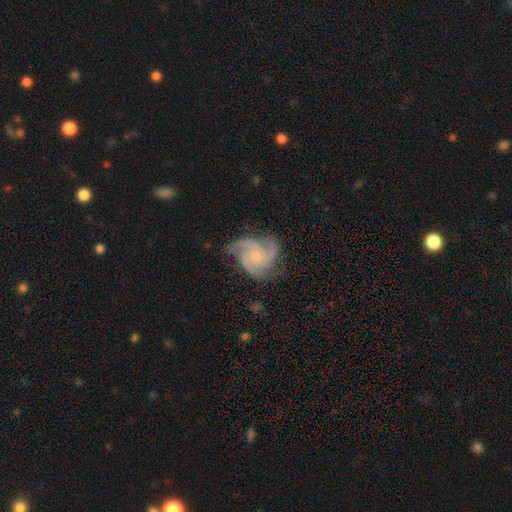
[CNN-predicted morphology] smooth-or-featured: featured or disk: 87% | smooth: 8% | star or artifact: 6%
  disk-edge-on: no: 98% | yes: 2%
    bar: no: 79% | weak: 18% | strong: 3%
    has-spiral-arms: yes: 98% | no: 2%
      spiral-winding: medium: 50% | tight: 38% | loose: 11%
      spiral-arm-count: 3: 67% | 4: 14% | 2: 7% | can't tell: 5% | 1: 3% | more than 4: 3%
    bulge-size: small: 68% | moderate: 28% | none: 2% | large: 1% | dominant: 1%
  merging: none: 67% | minor disturbance: 22% | major disturbance: 9% | merger: 1%